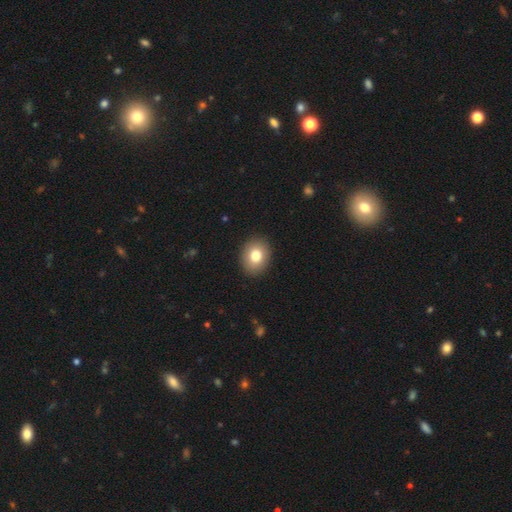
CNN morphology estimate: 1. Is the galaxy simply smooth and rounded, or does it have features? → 79% smooth, 11% featured or disk, 9% star or artifact.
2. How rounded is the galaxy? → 53% round, 46% in between, 1% cigar-shaped.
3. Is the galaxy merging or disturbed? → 90% none, 7% minor disturbance, 2% major disturbance, 1% merger.